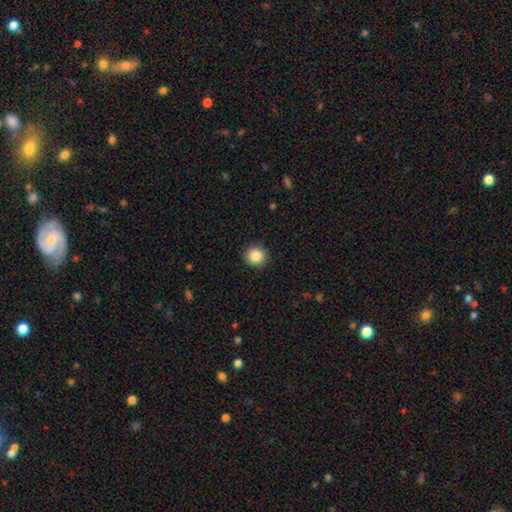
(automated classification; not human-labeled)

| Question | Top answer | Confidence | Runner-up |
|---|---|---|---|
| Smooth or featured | smooth | 85% | star or artifact (10%) |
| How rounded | round | 91% | in between (8%) |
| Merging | none | 91% | minor disturbance (6%) |